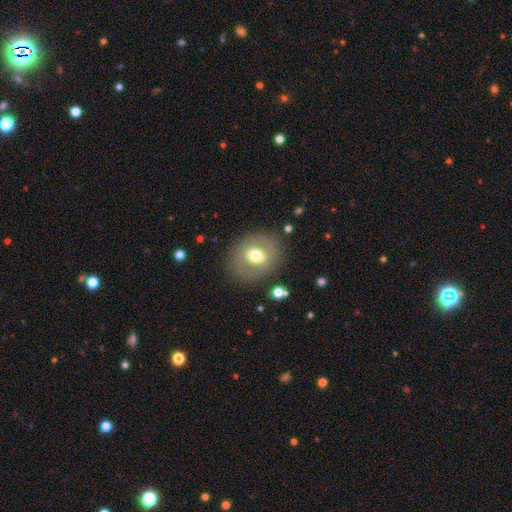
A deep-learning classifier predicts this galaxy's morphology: Q: Smooth or featured?
A: smooth (60%); runner-up: featured or disk (31%)
Q: How rounded?
A: round (66%); runner-up: in between (33%)
Q: Merging?
A: none (81%); runner-up: minor disturbance (11%)